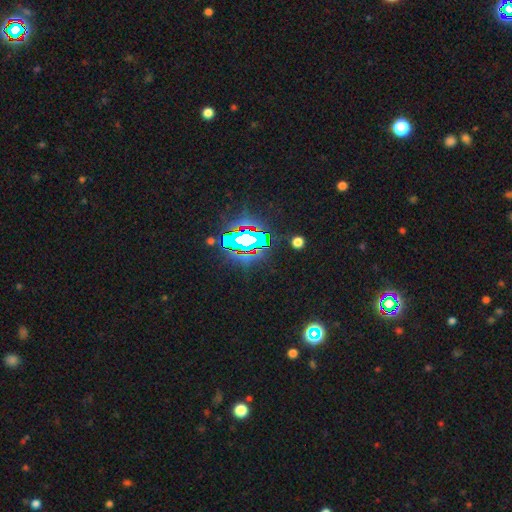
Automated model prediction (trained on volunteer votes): Morphology: type=star or artifact (84%).